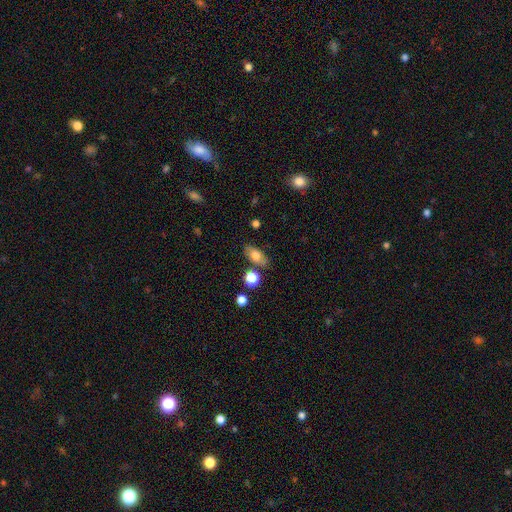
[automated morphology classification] This appears to be a smooth galaxy with no disk features (69%) that is in between round and cigar-shaped (84%). Merging: none (77%).